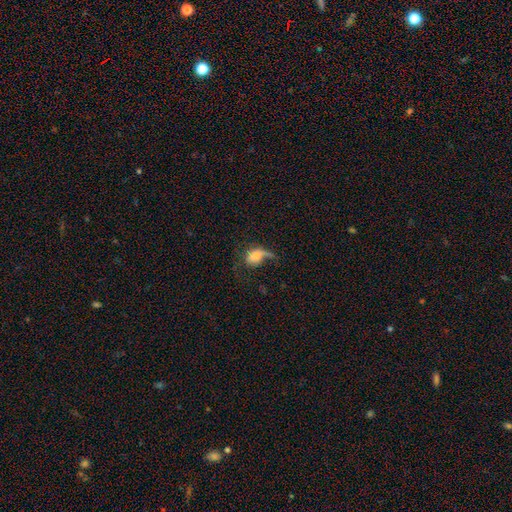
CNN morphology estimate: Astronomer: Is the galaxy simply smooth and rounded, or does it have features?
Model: smooth — 61%.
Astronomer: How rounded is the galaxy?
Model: in between — 76%.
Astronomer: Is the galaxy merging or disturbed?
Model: major disturbance — 45% (runner-up: none, 27%).